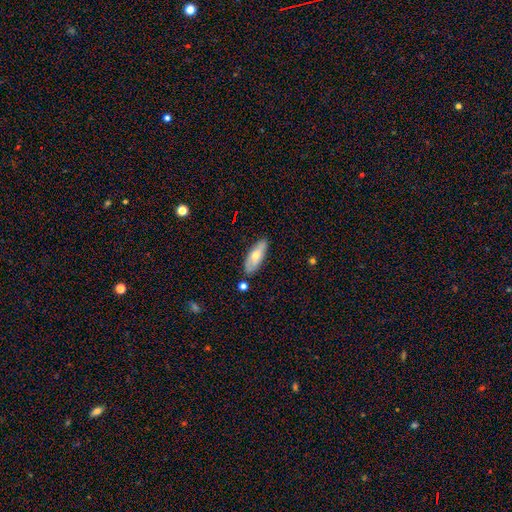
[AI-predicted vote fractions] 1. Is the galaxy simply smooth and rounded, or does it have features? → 57% smooth, 37% featured or disk, 7% star or artifact.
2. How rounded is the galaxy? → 62% in between, 35% cigar-shaped, 2% round.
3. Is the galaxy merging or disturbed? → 82% none, 13% minor disturbance, 3% merger, 2% major disturbance.